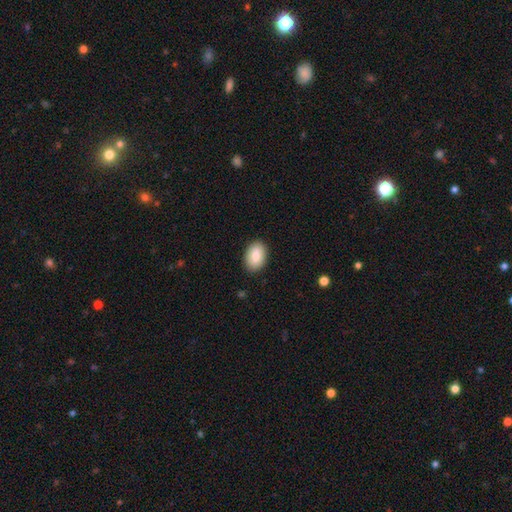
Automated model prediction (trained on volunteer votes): Morphology: type=smooth (84%); roundness=in between (90%); merging=none (88%).